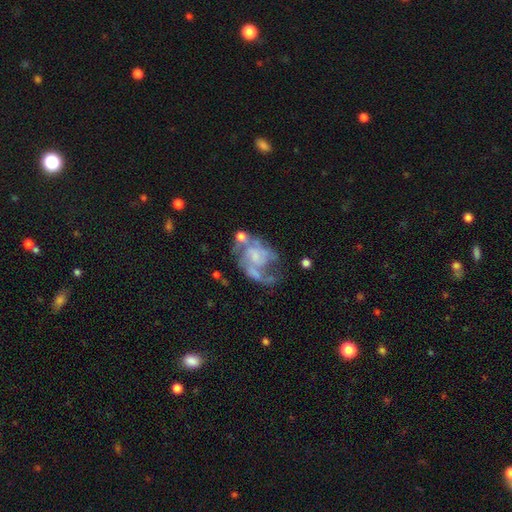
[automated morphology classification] smooth_or_featured: featured or disk (p=0.76) [alt: smooth p=0.15]
disk_edge_on: no (p=0.98) [alt: yes p=0.02]
bar: no (p=0.66) [alt: weak p=0.27]
has_spiral_arms: yes (p=0.70) [alt: no p=0.30]
spiral_winding: medium (p=0.43) [alt: loose p=0.30]
spiral_arm_count: can't tell (p=0.34) [alt: 2 p=0.32]
bulge_size: none (p=0.38) [alt: small p=0.33]
merging: none (p=0.35) [alt: major disturbance p=0.34]